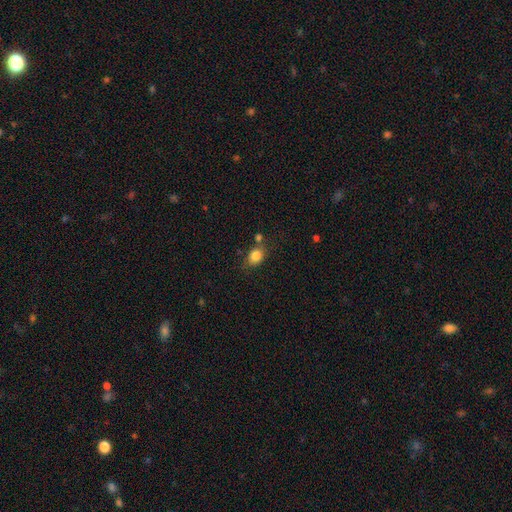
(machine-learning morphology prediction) This appears to be a smooth galaxy with no disk features (83%) that is in between round and cigar-shaped (58%). Merging: none (63%).